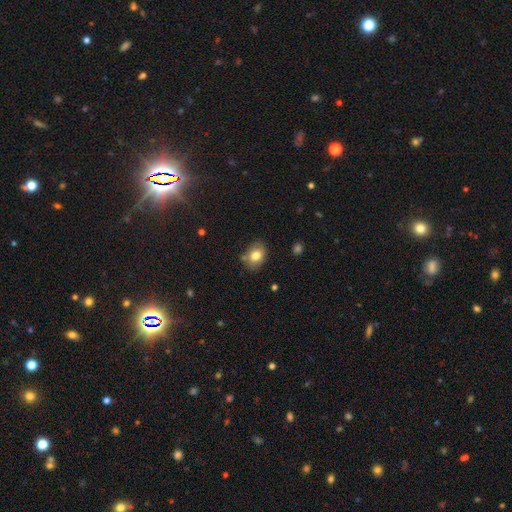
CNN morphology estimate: smooth_or_featured: smooth (p=0.79) [alt: featured or disk p=0.12]
how_rounded: in between (p=0.62) [alt: round p=0.37]
merging: none (p=0.76) [alt: minor disturbance p=0.16]